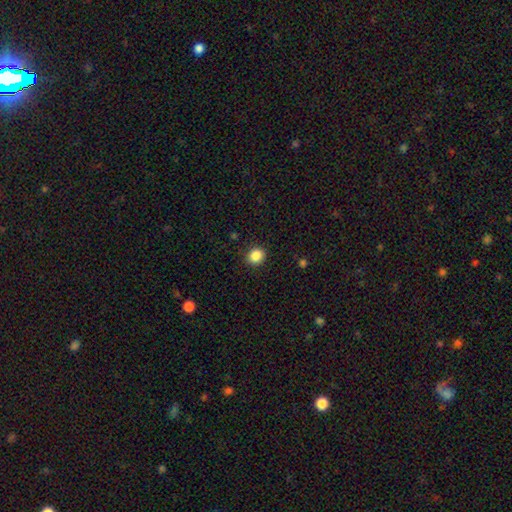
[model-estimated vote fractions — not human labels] Smooth or featured? Predicted: smooth (p=0.86). How rounded? Predicted: round (p=0.83). Merging? Predicted: none (p=0.91).